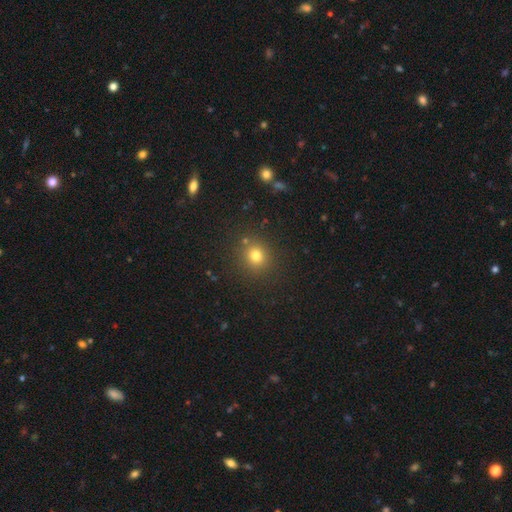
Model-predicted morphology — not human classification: Smooth or featured: smooth — 76% (star or artifact — 17%)
How rounded: round — 85% (in between — 14%)
Merging: none — 84% (minor disturbance — 8%)